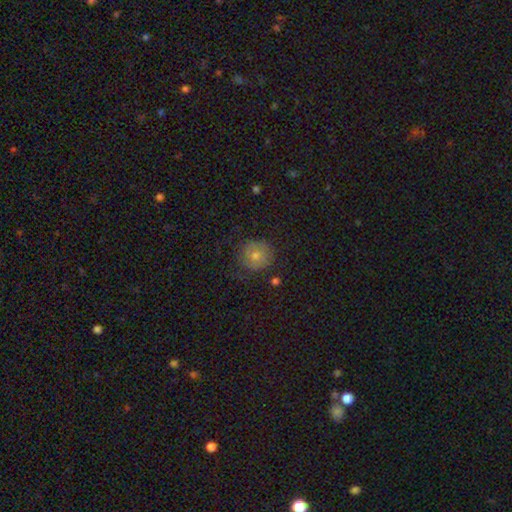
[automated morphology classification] Smooth or featured? smooth (62%)
How rounded? round (93%)
Merging? none (78%)